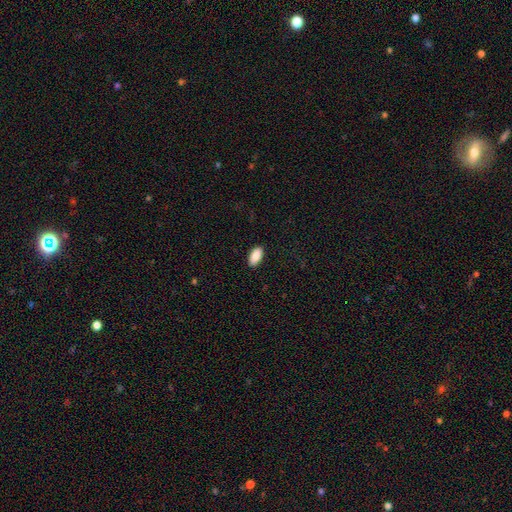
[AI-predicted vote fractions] A smooth galaxy with no disk features (89%) that is in between round and cigar-shaped (93%).

Vote fractions:
- Smooth or featured? smooth: 89% / star or artifact: 7% / featured or disk: 4%
- How rounded? in between: 93% / cigar-shaped: 5% / round: 2%
- Merging? none: 89% / minor disturbance: 9% / major disturbance: 2% / merger: 1%